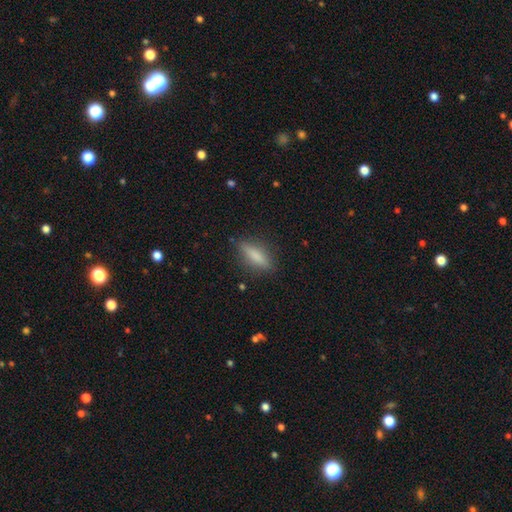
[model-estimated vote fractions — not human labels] smooth 72%, featured or disk 20%, star or artifact 8%. Down the decision tree: how rounded — cigar-shaped (65%); merging — none (85%).